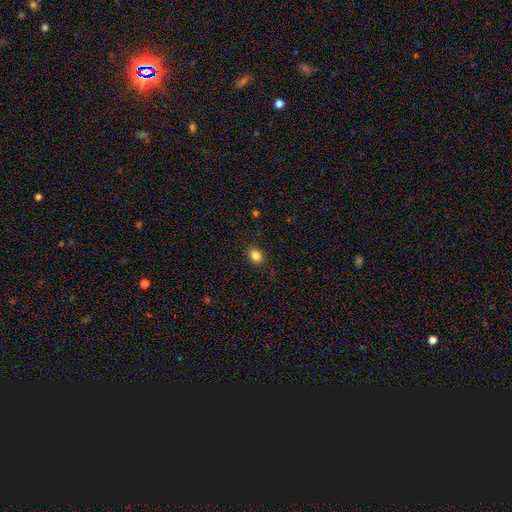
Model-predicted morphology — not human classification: smooth-or-featured: smooth: 85% | star or artifact: 11% | featured or disk: 5%
  how-rounded: in between: 53% | round: 46% | cigar-shaped: 1%
  merging: none: 87% | minor disturbance: 9% | major disturbance: 2% | merger: 1%